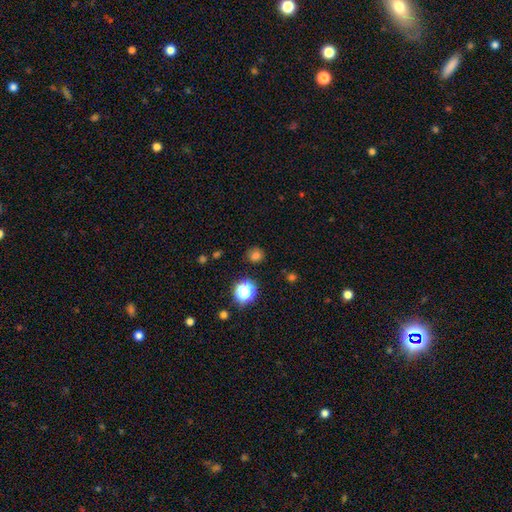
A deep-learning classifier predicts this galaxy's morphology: Smooth or featured: smooth — 75% (star or artifact — 20%)
How rounded: round — 84% (in between — 15%)
Merging: none — 86% (minor disturbance — 9%)